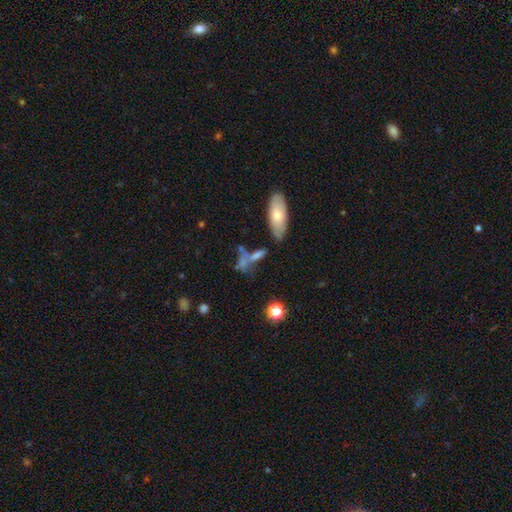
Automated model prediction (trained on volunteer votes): Smooth or featured?
  - smooth: 56% *
  - featured or disk: 29%
  - star or artifact: 16%
How rounded?
  - in between: 53% *
  - cigar-shaped: 34%
  - round: 13%
Merging?
  - none: 44% *
  - merger: 27%
  - minor disturbance: 16%
  - major disturbance: 13%